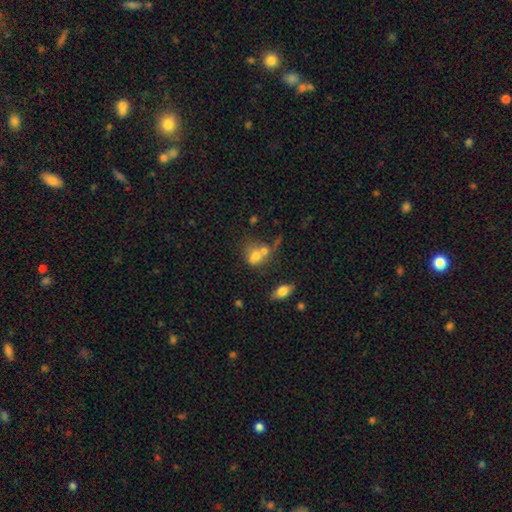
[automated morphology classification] Q: Smooth or featured?
A: smooth (65%); runner-up: featured or disk (22%)
Q: How rounded?
A: in between (50%); runner-up: round (48%)
Q: Merging?
A: merger (52%); runner-up: none (27%)